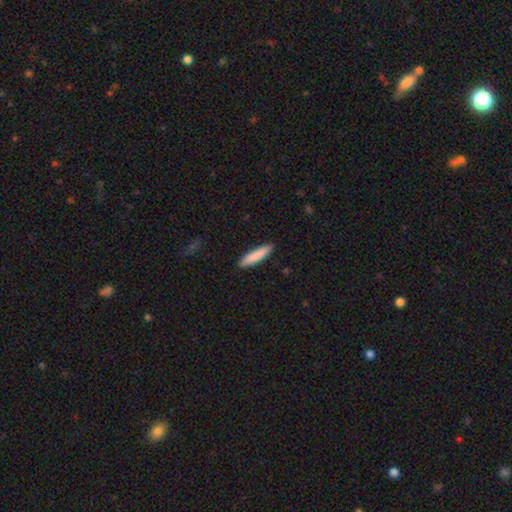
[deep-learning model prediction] A smooth galaxy with no disk features (85%) that is cigar-shaped (86%). Merging: none (91%).